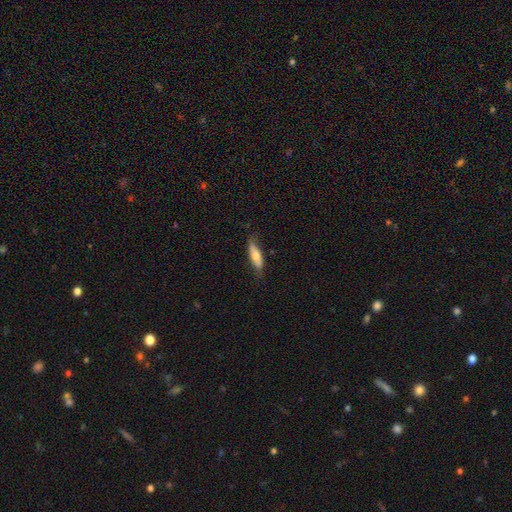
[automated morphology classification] Q: Smooth or featured?
A: smooth (65%); runner-up: featured or disk (29%)
Q: How rounded?
A: in between (52%); runner-up: cigar-shaped (46%)
Q: Merging?
A: none (69%); runner-up: minor disturbance (24%)